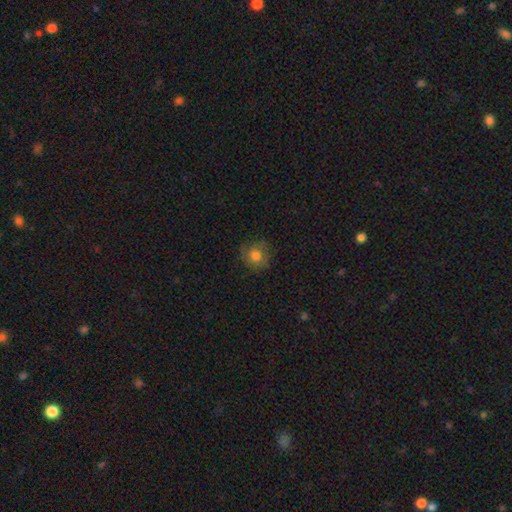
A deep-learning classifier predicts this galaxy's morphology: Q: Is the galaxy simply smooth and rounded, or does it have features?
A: smooth — 72%.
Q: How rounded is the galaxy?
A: round — 84%.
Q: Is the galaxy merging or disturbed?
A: none — 74%.